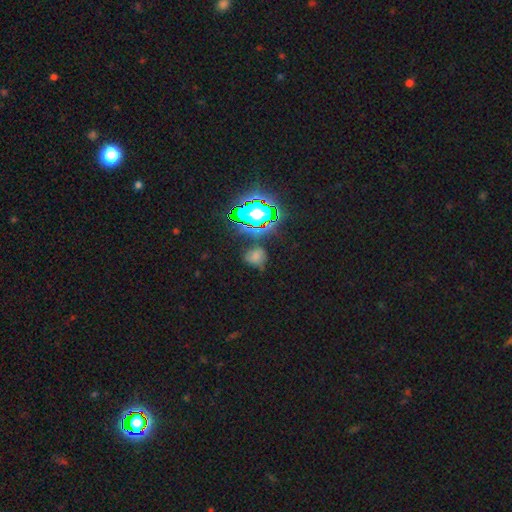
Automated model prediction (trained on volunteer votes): smooth 52%, star or artifact 34%, featured or disk 14%. Down the decision tree: how rounded — round (61%); merging — none (59%).